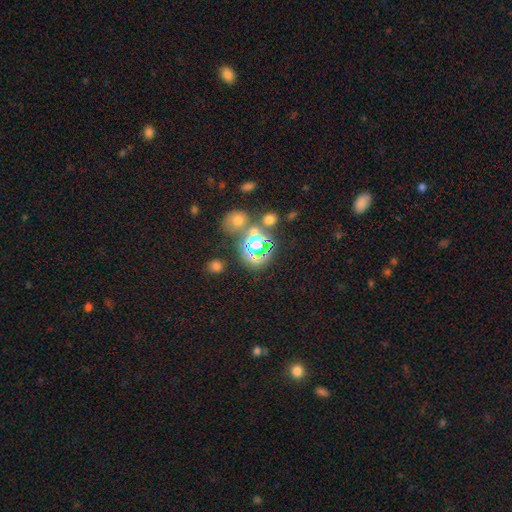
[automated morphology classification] Smooth or featured? Predicted: smooth (p=0.46). Merging? Predicted: none (p=0.60).